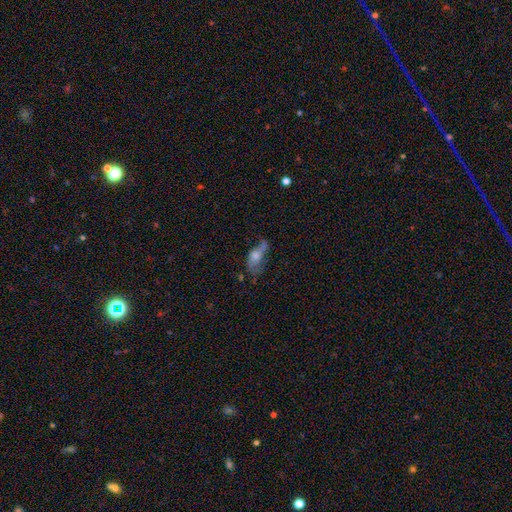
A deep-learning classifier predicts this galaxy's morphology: Smooth or featured: featured or disk — 46% (smooth — 42%)
Merging: major disturbance — 37% (none — 30%)